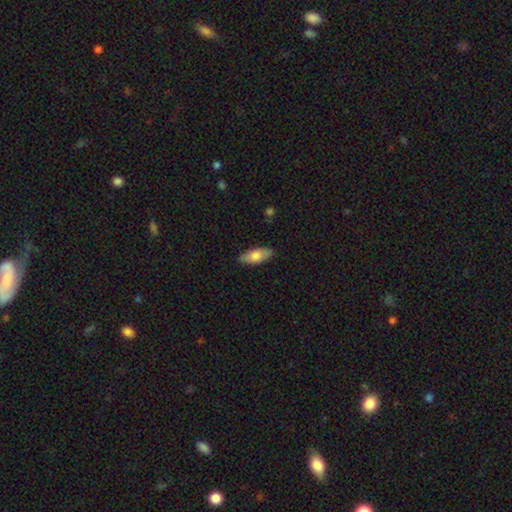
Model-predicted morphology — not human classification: smooth-or-featured: smooth: 76% | featured or disk: 18% | star or artifact: 6%
  how-rounded: in between: 84% | cigar-shaped: 14% | round: 2%
  merging: none: 87% | minor disturbance: 10% | major disturbance: 2% | merger: 1%